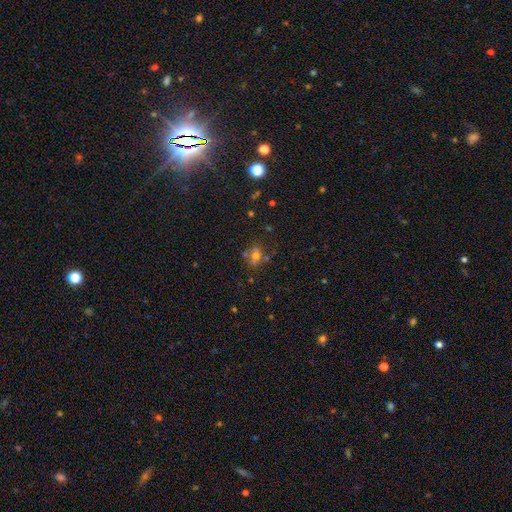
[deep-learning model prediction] The model was most divided on "merging": none: 54%, merger: 26%, minor disturbance: 14%, major disturbance: 7%. More confident: how rounded — round (64%); smooth or featured — smooth (54%).